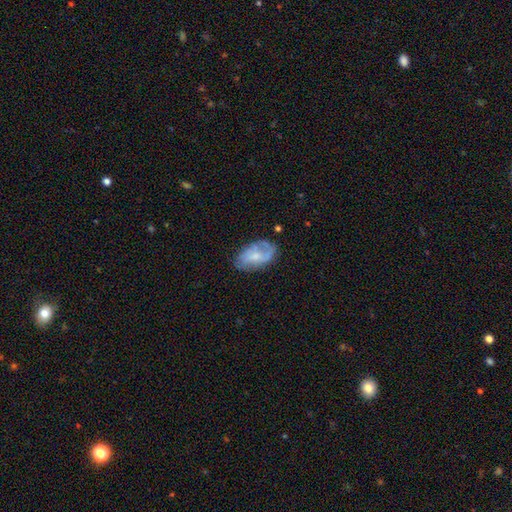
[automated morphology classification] A featured or disk galaxy (51%). Merging: none (59%).